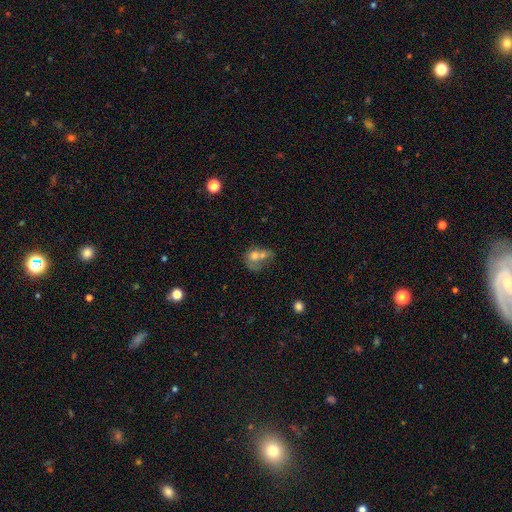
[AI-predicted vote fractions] smooth 60%, featured or disk 29%, star or artifact 10%. Down the decision tree: how rounded — in between (51%); merging — merger (63%).